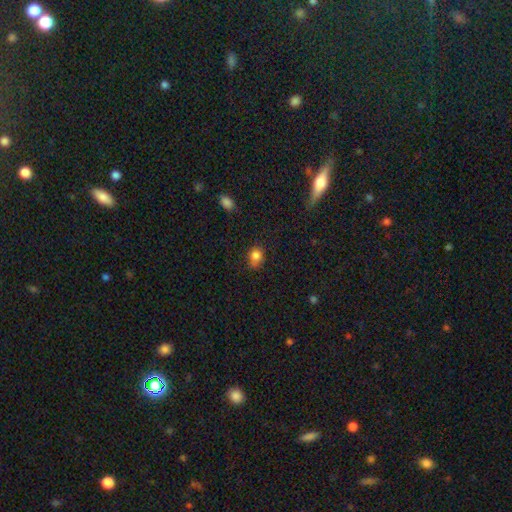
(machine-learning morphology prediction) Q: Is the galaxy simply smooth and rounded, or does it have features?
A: smooth — 82%.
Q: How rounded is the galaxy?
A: round — 64%.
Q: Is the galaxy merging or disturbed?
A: none — 58%.